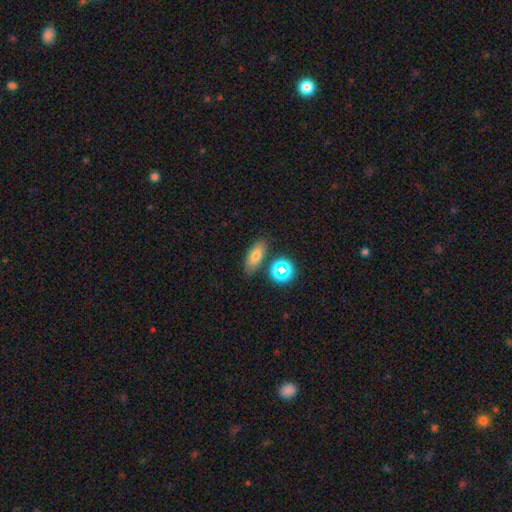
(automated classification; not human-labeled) A smooth galaxy with no disk features (70%) that is in between round and cigar-shaped (78%). Merging: none (77%).